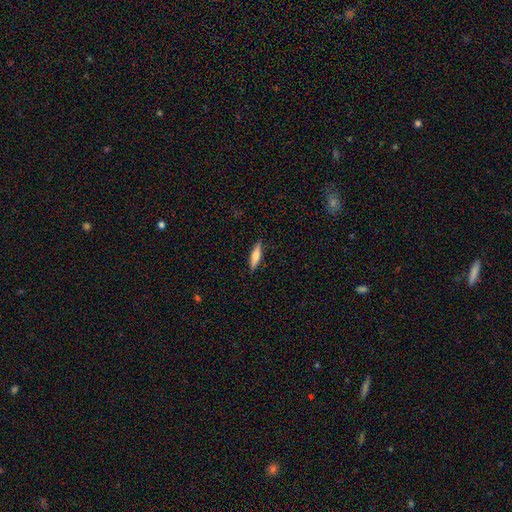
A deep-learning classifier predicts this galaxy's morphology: This appears to be a smooth galaxy with no disk features (66%) that is cigar-shaped (75%). Merging: none (89%).